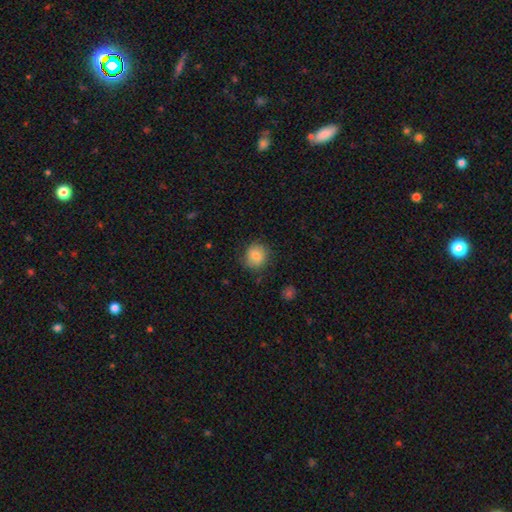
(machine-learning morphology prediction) smooth-or-featured: smooth: 82% | featured or disk: 9% | star or artifact: 9%
  how-rounded: round: 83% | in between: 16% | cigar-shaped: 1%
  merging: none: 80% | minor disturbance: 14% | major disturbance: 4% | merger: 1%